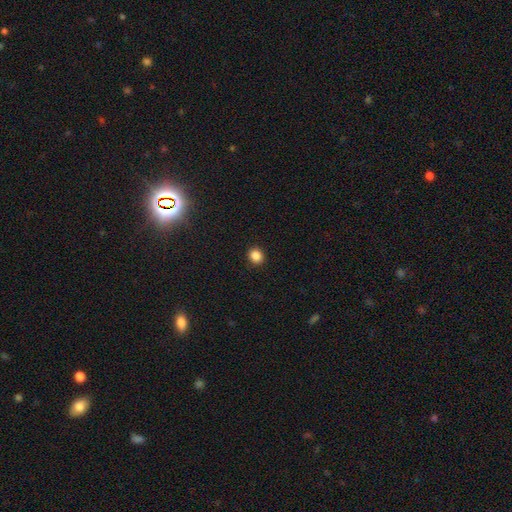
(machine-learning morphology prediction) A smooth galaxy with no disk features (86%) that is round (81%). Merging: none (91%).